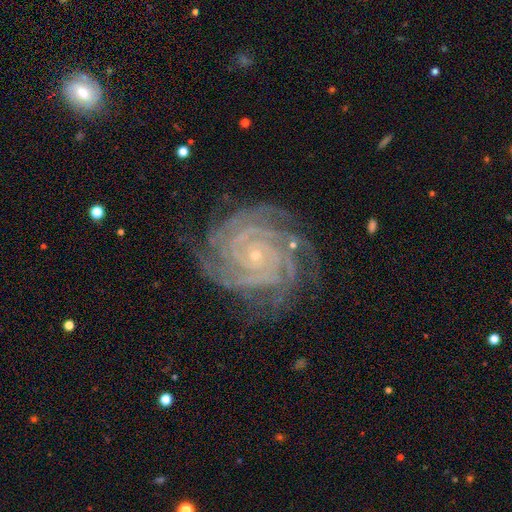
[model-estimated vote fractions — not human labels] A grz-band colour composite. It shows a featured or disk galaxy (92%) with no bar (76%), 4 (30%) tight (84%) spiral arms (99%) and a small central bulge (88%). Merging: none (78%).